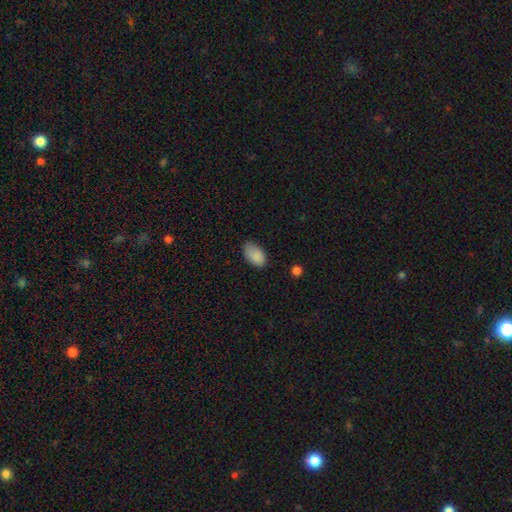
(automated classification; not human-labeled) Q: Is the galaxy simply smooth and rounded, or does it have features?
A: smooth — 87%.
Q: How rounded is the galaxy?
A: in between — 92%.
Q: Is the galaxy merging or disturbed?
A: none — 63%.